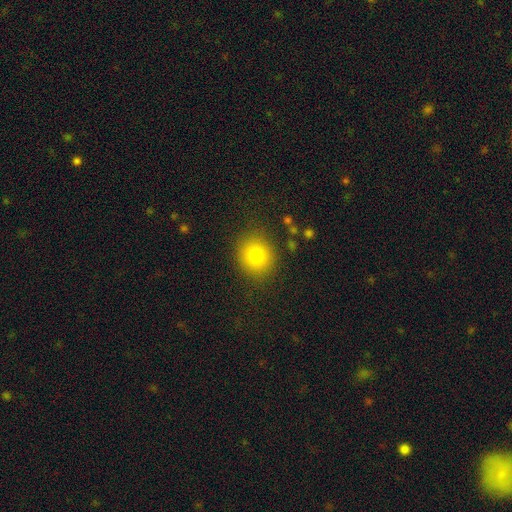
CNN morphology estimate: Overall: smooth (80%). How rounded: round (82%). Merging: none (85%).